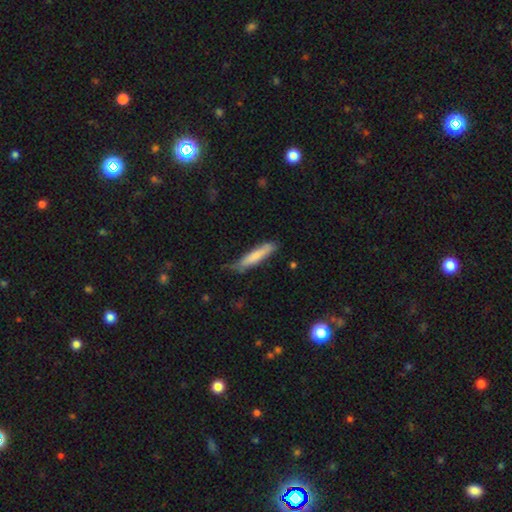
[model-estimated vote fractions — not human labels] Overall: smooth (73%). How rounded: cigar-shaped (87%). Merging: none (64%; minor disturbance 28%).